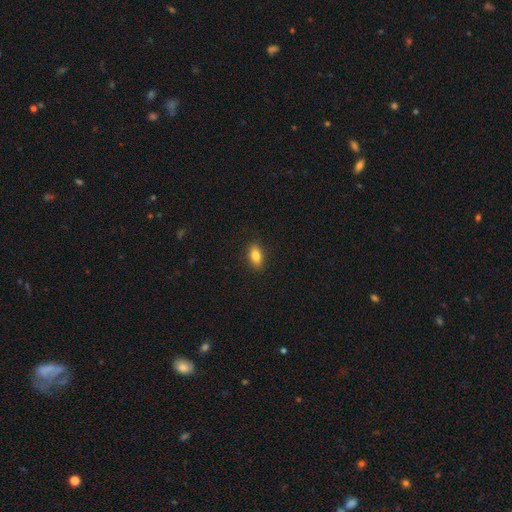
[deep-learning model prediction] The model was most divided on "smooth or featured": smooth: 81%, featured or disk: 11%, star or artifact: 8%. More confident: merging — none (89%); how rounded — in between (87%).